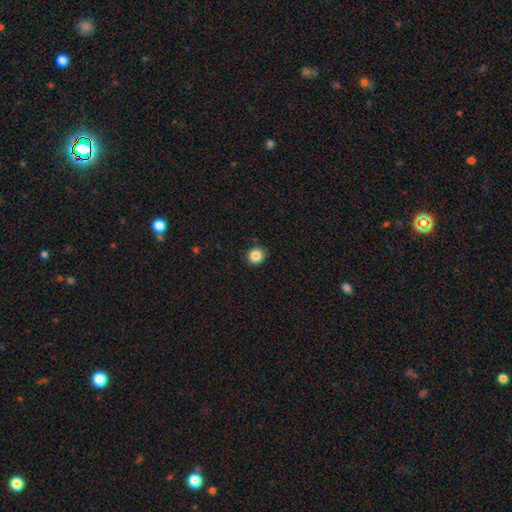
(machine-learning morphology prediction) This is clearly a smooth galaxy (86%). How rounded: clearly round (90%). Merging: clearly none (88%).